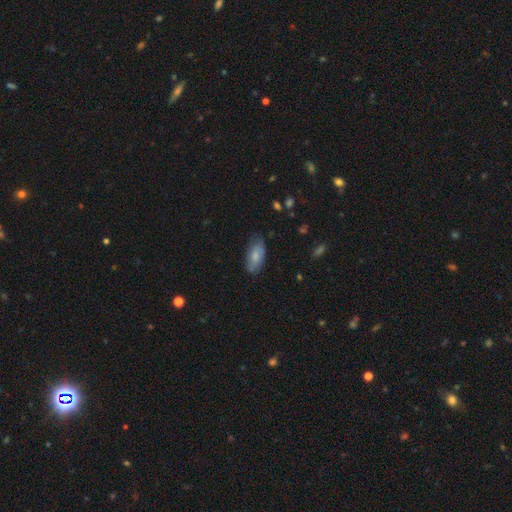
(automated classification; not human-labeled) Overall: smooth (72%). How rounded: in between (87%). Merging: none (73%).